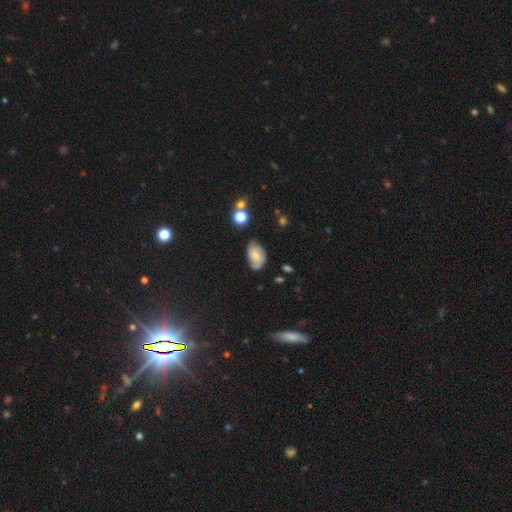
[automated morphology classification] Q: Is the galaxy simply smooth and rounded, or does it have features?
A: smooth — 63%.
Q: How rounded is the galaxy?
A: in between — 88%.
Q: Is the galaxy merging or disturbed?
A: none — 60%.